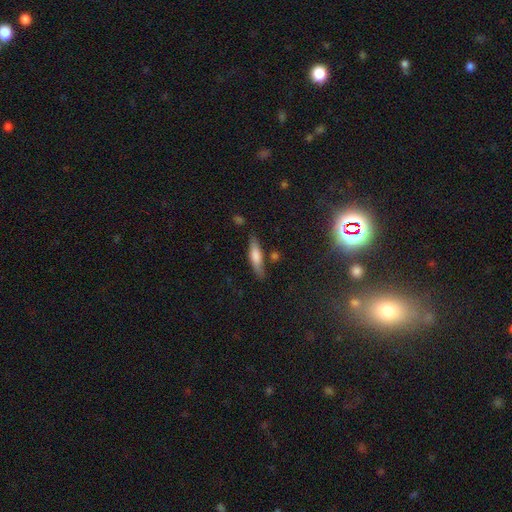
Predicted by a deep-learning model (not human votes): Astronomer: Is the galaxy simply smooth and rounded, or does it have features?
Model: smooth — 63%.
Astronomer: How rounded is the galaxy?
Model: cigar-shaped — 76%.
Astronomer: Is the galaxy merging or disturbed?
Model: none — 79%.